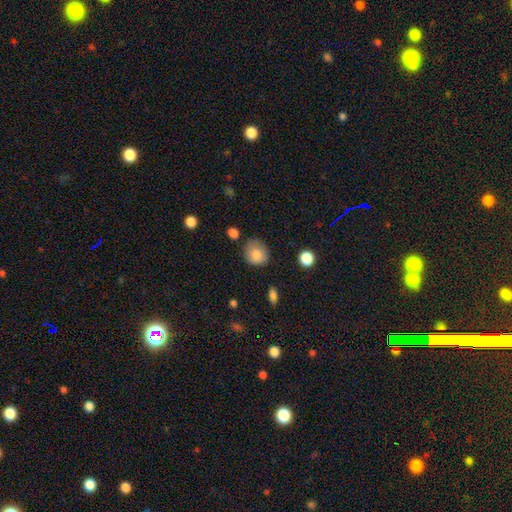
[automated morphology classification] The model was most divided on "merging": none: 71%, minor disturbance: 22%, major disturbance: 5%, merger: 3%. More confident: smooth or featured — smooth (82%); how rounded — round (78%).